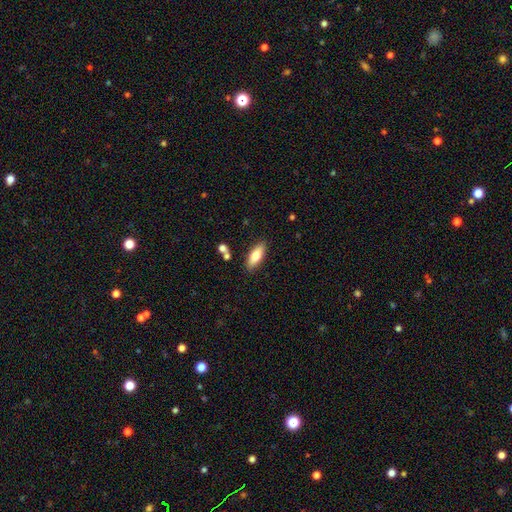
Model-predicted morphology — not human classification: A smooth galaxy with no disk features (76%) that is in between round and cigar-shaped (70%).

Vote fractions:
- Smooth or featured? smooth: 76% / featured or disk: 18% / star or artifact: 6%
- How rounded? in between: 70% / cigar-shaped: 28% / round: 2%
- Merging? none: 85% / minor disturbance: 10% / merger: 3% / major disturbance: 2%